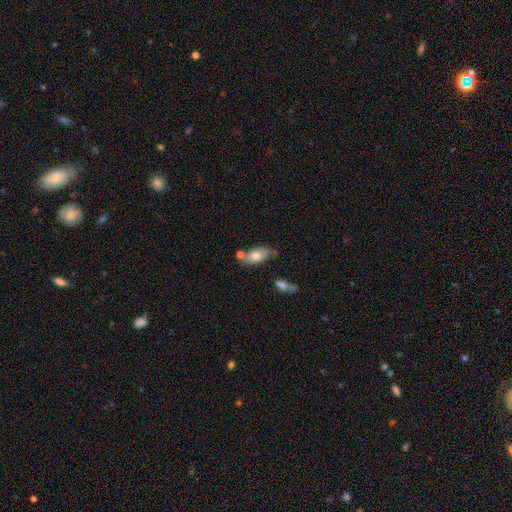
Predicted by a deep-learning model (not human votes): The model was most divided on "merging": none: 61%, merger: 17%, minor disturbance: 17%, major disturbance: 5%. More confident: how rounded — in between (89%); smooth or featured — smooth (75%).